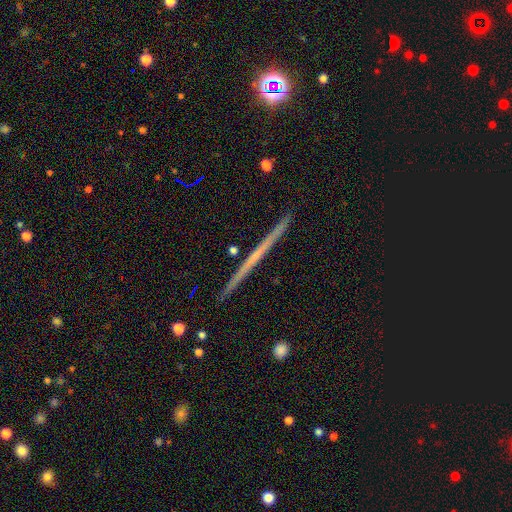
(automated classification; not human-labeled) The model was most divided on "smooth or featured": featured or disk: 63%, smooth: 29%, star or artifact: 8%. More confident: edge-on disk — yes (98%); merging — none (93%); edge-on bulge — none (88%).